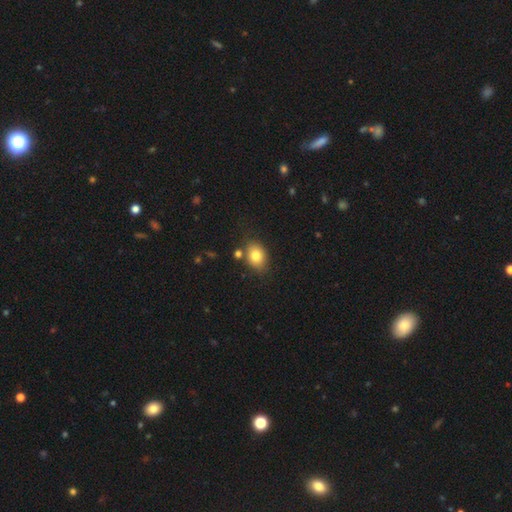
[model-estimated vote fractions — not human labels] A smooth galaxy with no disk features (81%) that is in between round and cigar-shaped (67%).

Vote fractions:
- Smooth or featured? smooth: 81% / featured or disk: 10% / star or artifact: 9%
- How rounded? in between: 67% / round: 32% / cigar-shaped: 1%
- Merging? none: 74% / minor disturbance: 14% / merger: 9% / major disturbance: 3%